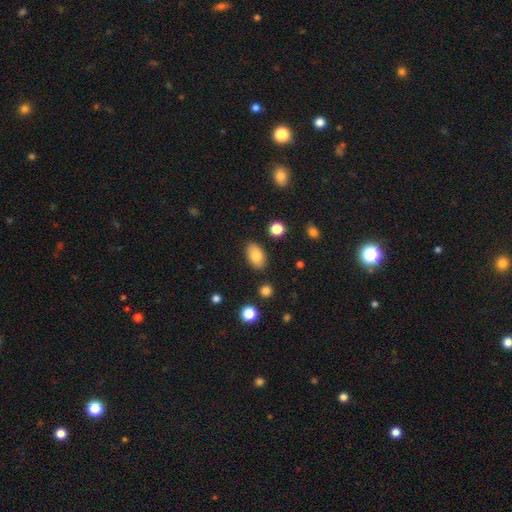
Smooth or featured: smooth — 84% (featured or disk — 8%)
How rounded: in between — 84% (round — 13%)
Merging: none — 91% (minor disturbance — 6%)